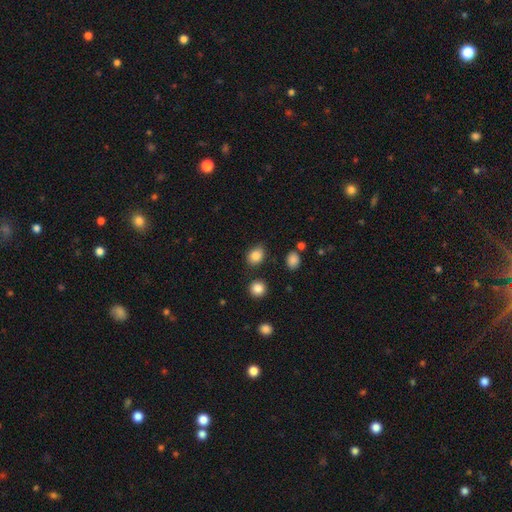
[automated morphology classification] This appears to be a smooth galaxy with no disk features (85%) that is in between round and cigar-shaped (59%). Merging: none (80%).